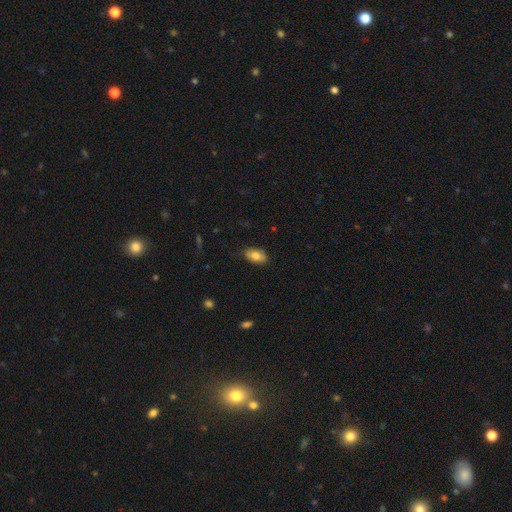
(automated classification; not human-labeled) A smooth galaxy with no disk features (77%) that is in between round and cigar-shaped (91%). Merging: none (82%).